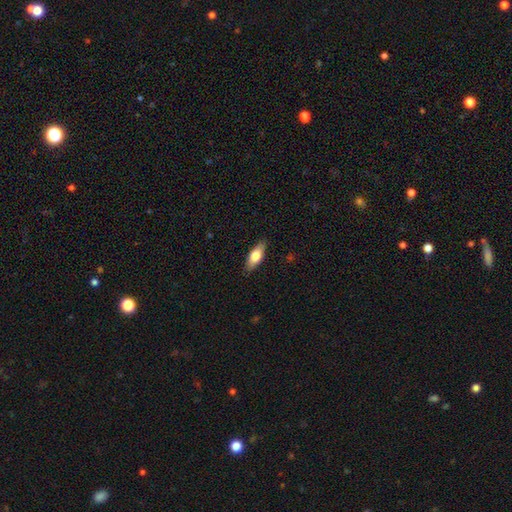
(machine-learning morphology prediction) type=smooth (67%); roundness=in between (70%); merging=none (86%).